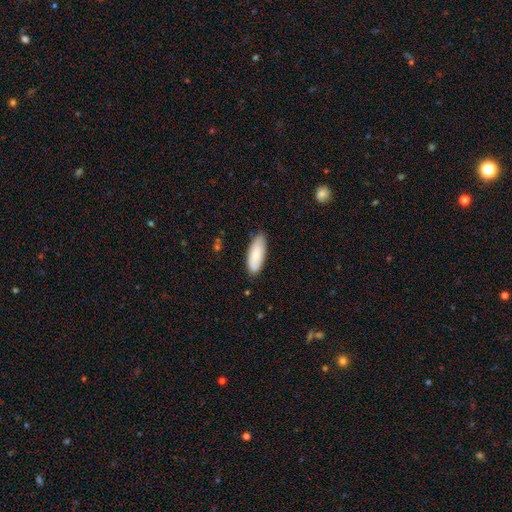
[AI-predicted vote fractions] A smooth galaxy with no disk features (81%) that is in between round and cigar-shaped (76%).

Vote fractions:
- Smooth or featured? smooth: 81% / featured or disk: 13% / star or artifact: 6%
- How rounded? in between: 76% / cigar-shaped: 22% / round: 2%
- Merging? none: 79% / minor disturbance: 17% / major disturbance: 2% / merger: 1%